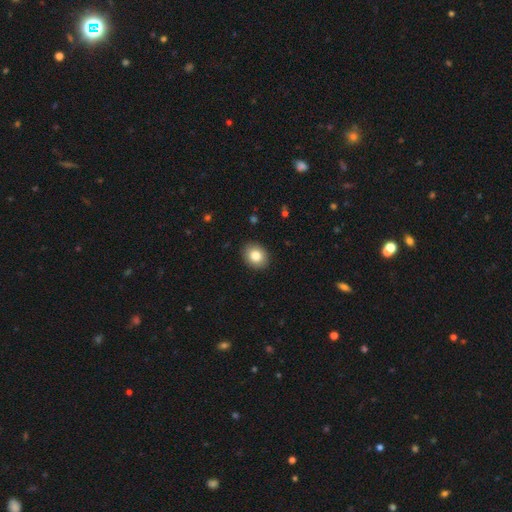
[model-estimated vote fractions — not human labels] Smooth or featured? Predicted: smooth (p=0.83). How rounded? Predicted: round (p=0.50). Merging? Predicted: none (p=0.90).